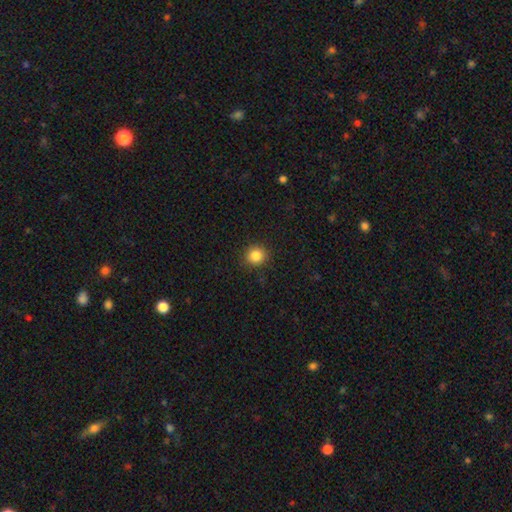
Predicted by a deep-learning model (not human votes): Q: Smooth or featured?
A: smooth (85%); runner-up: star or artifact (11%)
Q: How rounded?
A: round (90%); runner-up: in between (9%)
Q: Merging?
A: none (90%); runner-up: minor disturbance (7%)